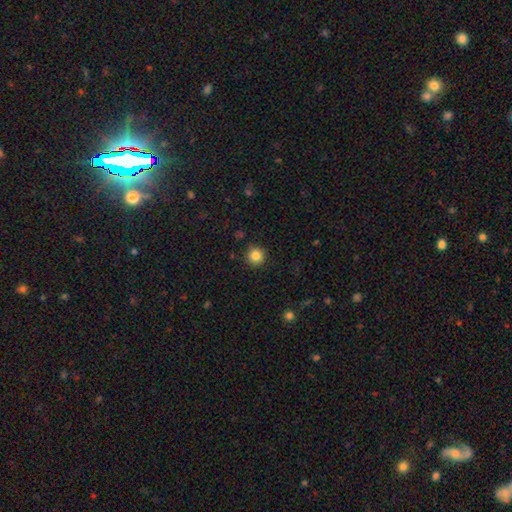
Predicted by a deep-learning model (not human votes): This appears to be a smooth galaxy with no disk features (84%) that is round (95%). Merging: none (91%).